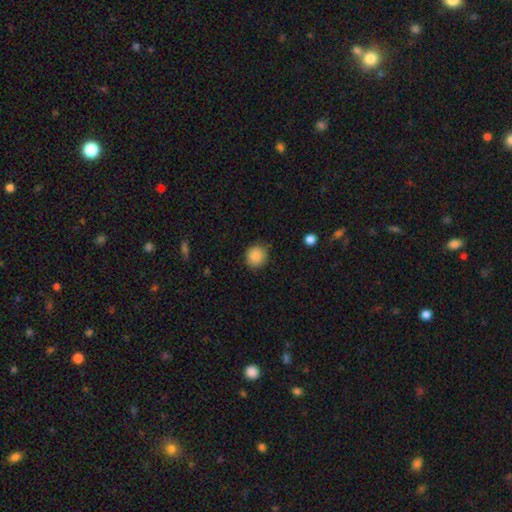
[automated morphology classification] smooth 88%, star or artifact 9%, featured or disk 3%. Down the decision tree: how rounded — round (87%); merging — none (84%).